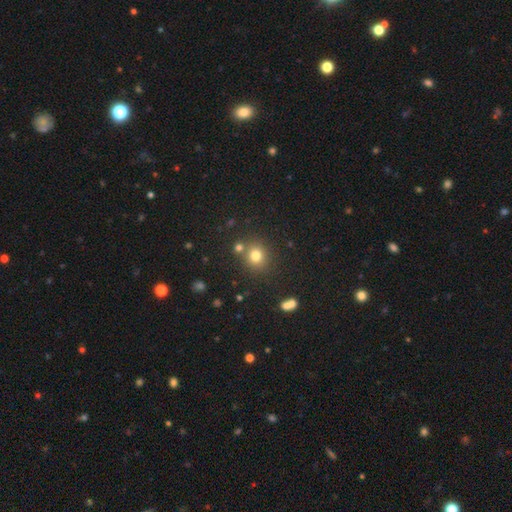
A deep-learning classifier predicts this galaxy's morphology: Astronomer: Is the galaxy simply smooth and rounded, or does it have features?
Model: smooth — 76%.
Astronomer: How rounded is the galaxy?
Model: round — 84%.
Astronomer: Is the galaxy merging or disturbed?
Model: none — 74%.